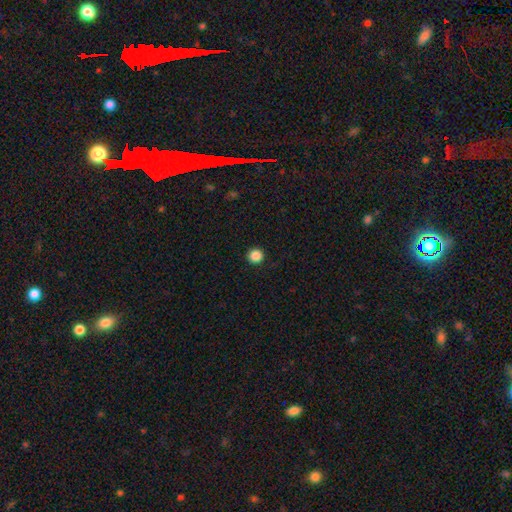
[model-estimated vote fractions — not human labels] This appears to be a smooth galaxy with no disk features (87%) that is round (95%). Merging: none (93%).